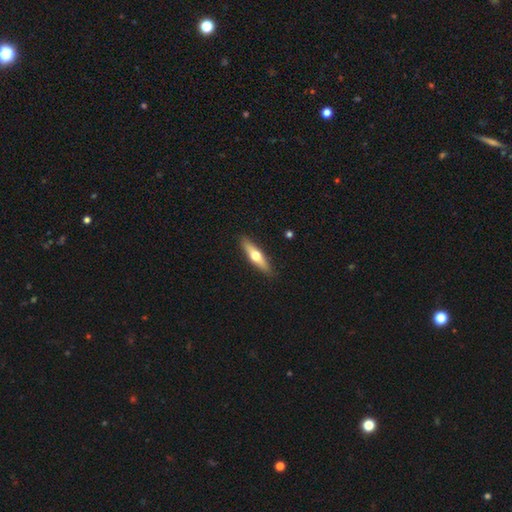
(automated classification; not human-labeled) smooth-or-featured: featured or disk: 50% | smooth: 45% | star or artifact: 5%
  merging: none: 90% | minor disturbance: 8% | major disturbance: 2% | merger: 1%